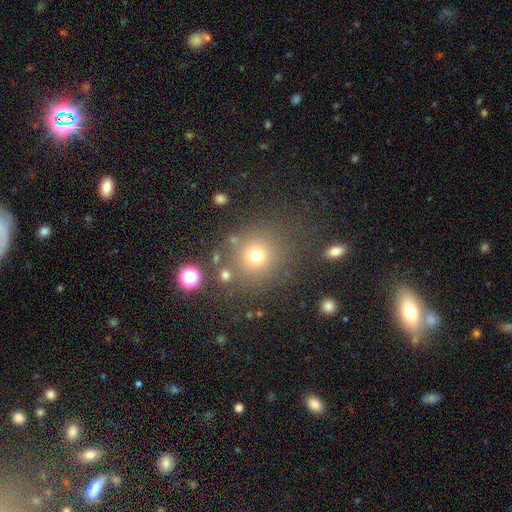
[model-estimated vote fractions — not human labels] This appears to be a smooth galaxy with no disk features (71%) that is round (89%). Merging: none (78%).